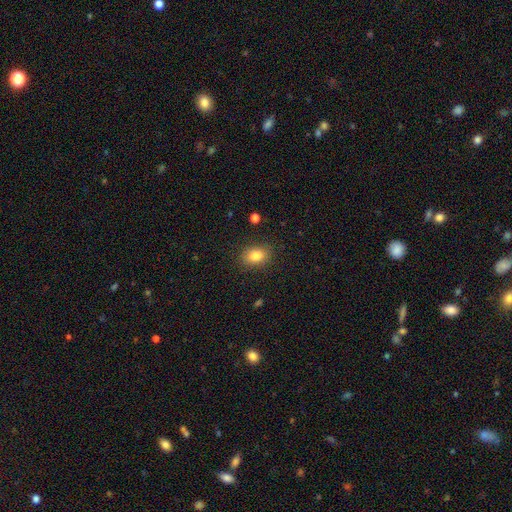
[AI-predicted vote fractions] The model was most divided on "how rounded": in between: 74%, round: 25%, cigar-shaped: 1%. More confident: merging — none (85%); smooth or featured — smooth (84%).